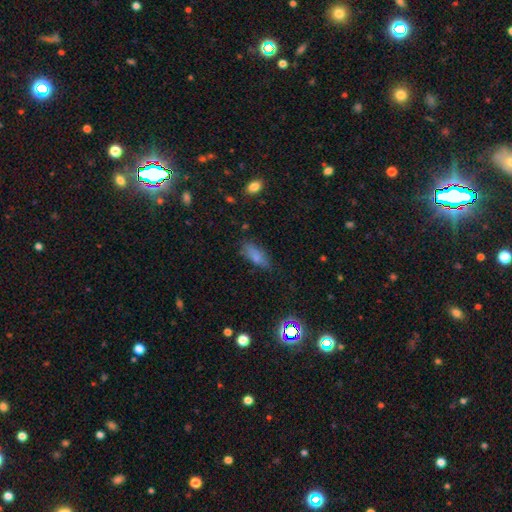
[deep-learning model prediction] This appears to be a smooth galaxy with no disk features (77%) that is in between round and cigar-shaped (72%). Merging: none (71%).